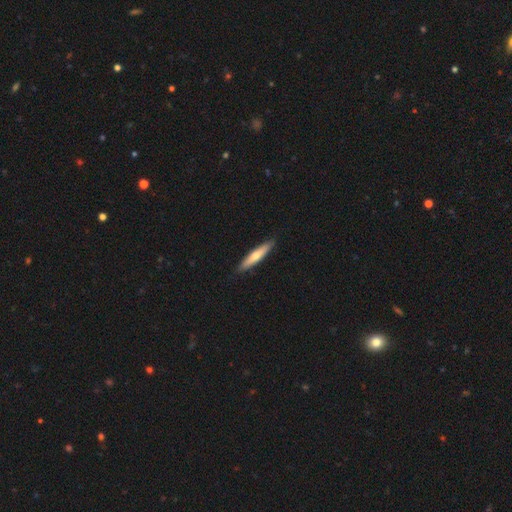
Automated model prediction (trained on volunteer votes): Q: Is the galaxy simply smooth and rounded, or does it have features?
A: smooth — 57%.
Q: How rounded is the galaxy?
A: cigar-shaped — 88%.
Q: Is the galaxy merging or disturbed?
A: none — 90%.